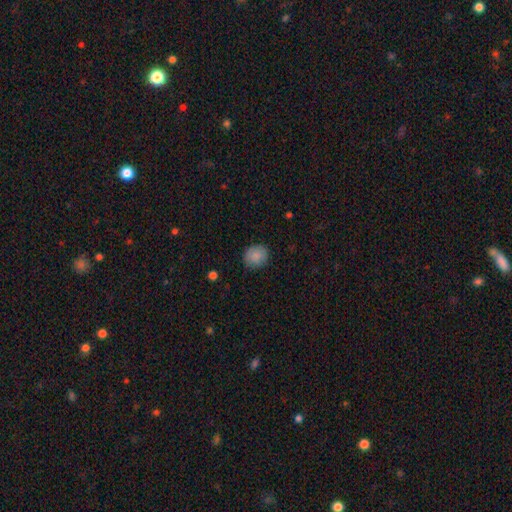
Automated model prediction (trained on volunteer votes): The model was most divided on "how rounded": round: 78%, in between: 21%, cigar-shaped: 1%. More confident: smooth or featured — smooth (87%); merging — none (84%).